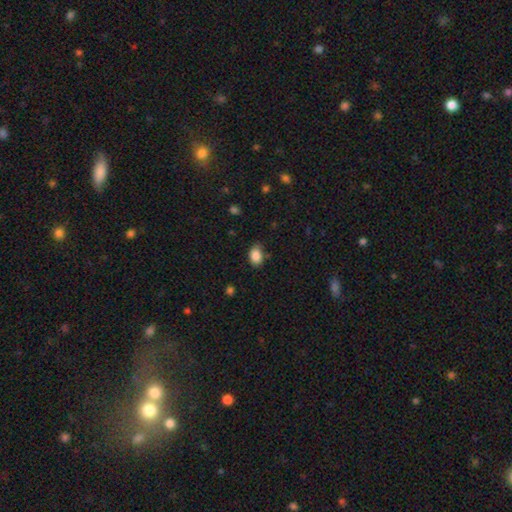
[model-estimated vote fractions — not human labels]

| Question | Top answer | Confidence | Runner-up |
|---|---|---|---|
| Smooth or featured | smooth | 87% | star or artifact (8%) |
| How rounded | in between | 81% | round (17%) |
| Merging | none | 70% | minor disturbance (24%) |